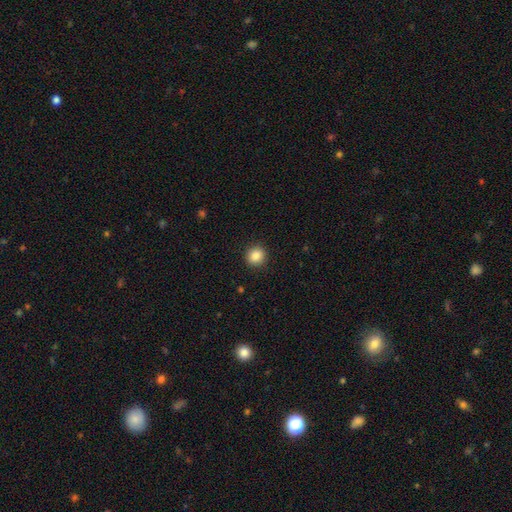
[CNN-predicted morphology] smooth_or_featured: smooth (p=0.86) [alt: star or artifact p=0.10]
how_rounded: round (p=0.91) [alt: in between p=0.09]
merging: none (p=0.92) [alt: minor disturbance p=0.05]